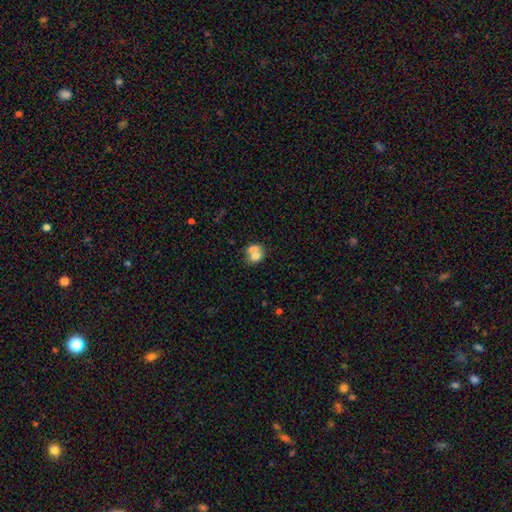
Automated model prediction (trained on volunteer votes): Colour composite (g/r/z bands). It shows a smooth galaxy with no disk features (67%) that is round (57%). Merging: merger (63%).